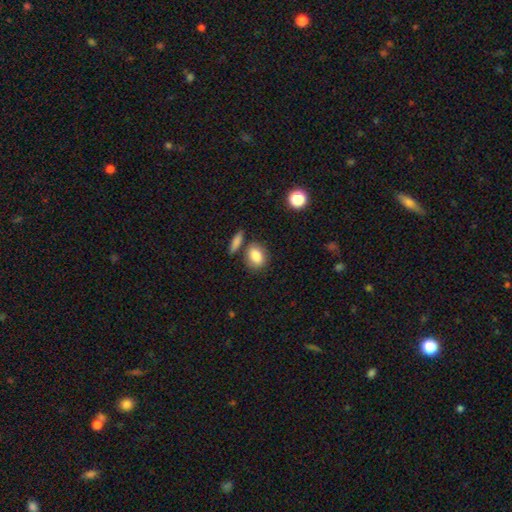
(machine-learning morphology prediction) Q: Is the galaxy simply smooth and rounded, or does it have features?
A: smooth — 85%.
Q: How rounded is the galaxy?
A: in between — 68%.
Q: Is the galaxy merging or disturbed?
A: none — 68%.